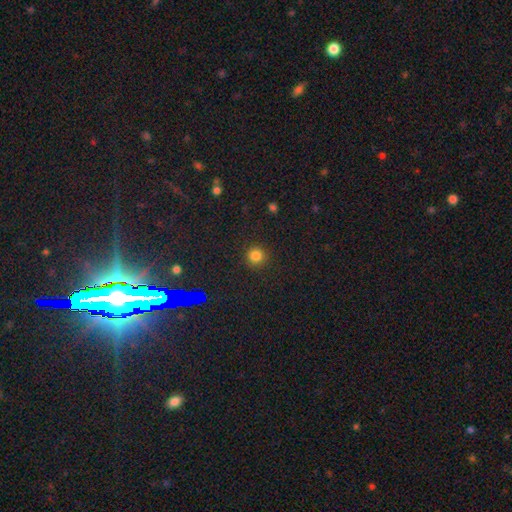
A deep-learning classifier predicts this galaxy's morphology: Smooth or featured?
  - smooth: 81% *
  - star or artifact: 15%
  - featured or disk: 4%
How rounded?
  - round: 95% *
  - in between: 4%
  - cigar-shaped: 1%
Merging?
  - none: 91% *
  - minor disturbance: 6%
  - major disturbance: 2%
  - merger: 1%